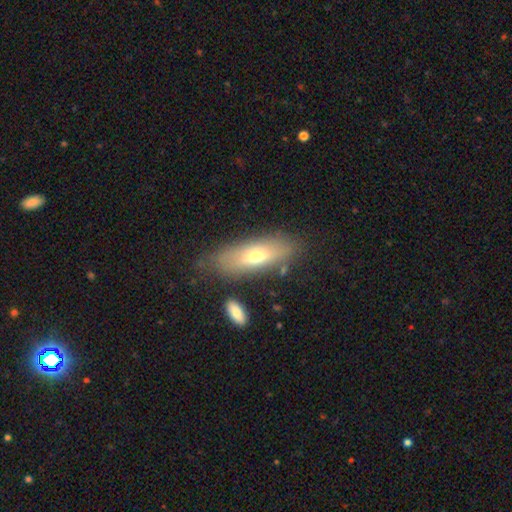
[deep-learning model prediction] A smooth galaxy with no disk features (59%) that is in between round and cigar-shaped (59%).

Vote fractions:
- Smooth or featured? smooth: 59% / featured or disk: 33% / star or artifact: 8%
- How rounded? in between: 59% / cigar-shaped: 38% / round: 3%
- Merging? none: 72% / minor disturbance: 17% / major disturbance: 6% / merger: 5%